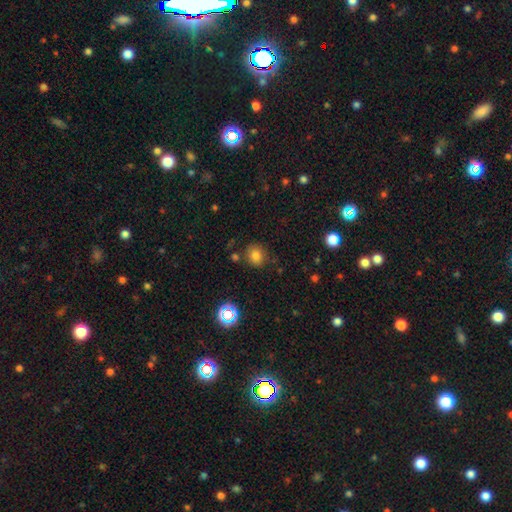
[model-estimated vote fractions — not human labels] smooth 75%, star or artifact 17%, featured or disk 8%. Down the decision tree: how rounded — round (80%); merging — none (79%).